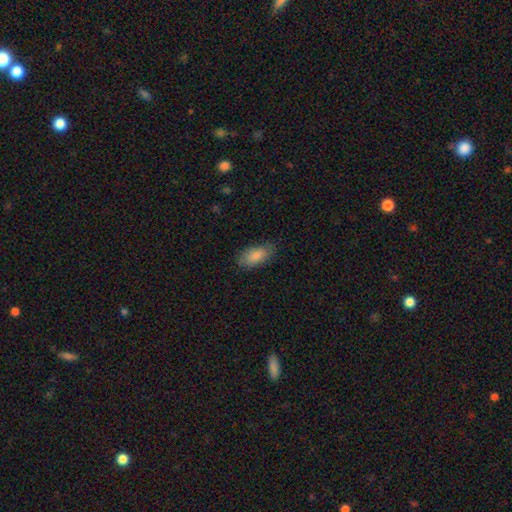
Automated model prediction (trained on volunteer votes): smooth-or-featured: smooth: 86% | featured or disk: 8% | star or artifact: 6%
  how-rounded: in between: 91% | cigar-shaped: 6% | round: 3%
  merging: none: 78% | minor disturbance: 17% | major disturbance: 4% | merger: 1%